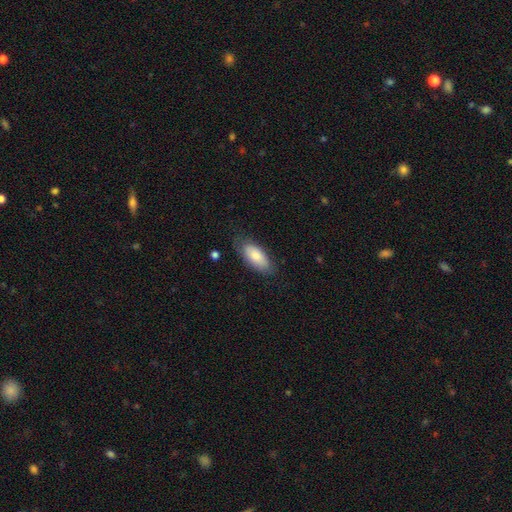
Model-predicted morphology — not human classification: Smooth or featured? smooth (79%)
How rounded? in between (87%)
Merging? none (70%)